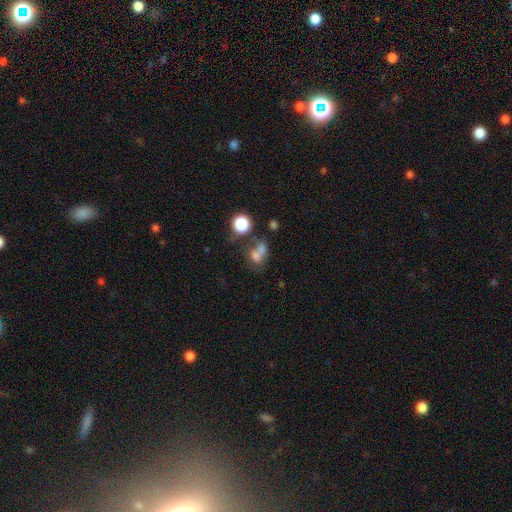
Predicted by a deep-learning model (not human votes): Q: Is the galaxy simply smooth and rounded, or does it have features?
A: smooth — 63%.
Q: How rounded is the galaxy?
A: round — 53%.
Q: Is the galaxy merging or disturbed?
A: merger — 48%.